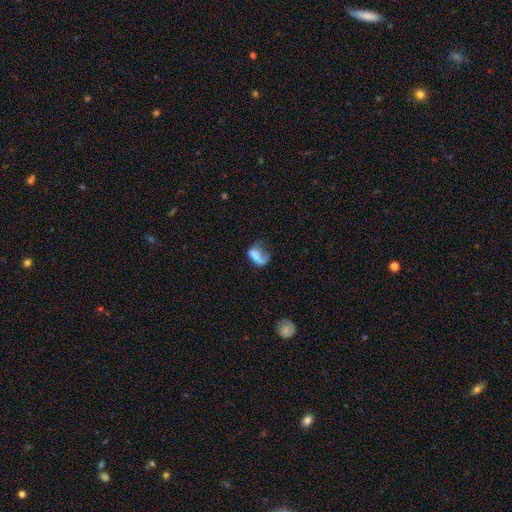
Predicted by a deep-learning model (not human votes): Smooth or featured? smooth (51%)
How rounded? in between (78%)
Merging? major disturbance (49%)